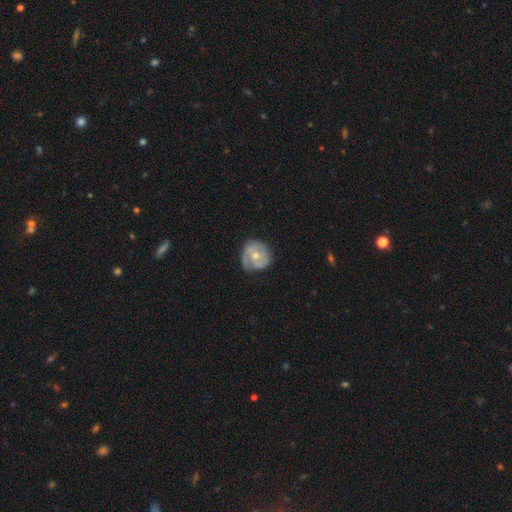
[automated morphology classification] featured or disk 56%, smooth 38%, star or artifact 6%. Down the decision tree: edge-on disk — no (97%); bar — no (79%); spiral arms — yes (70%); bulge size — moderate (62%); merging — none (64%).